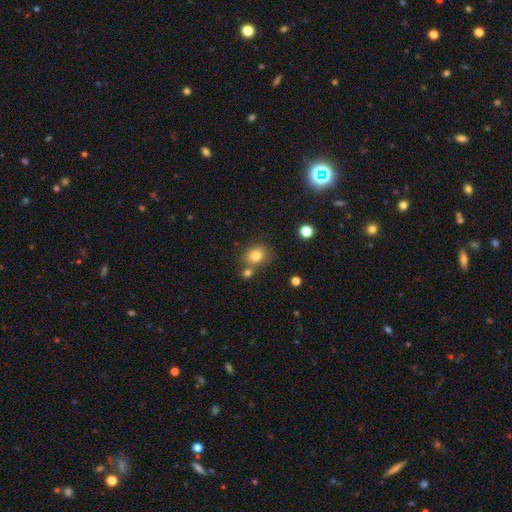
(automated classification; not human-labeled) Smooth or featured? smooth (82%)
How rounded? round (69%)
Merging? none (64%)